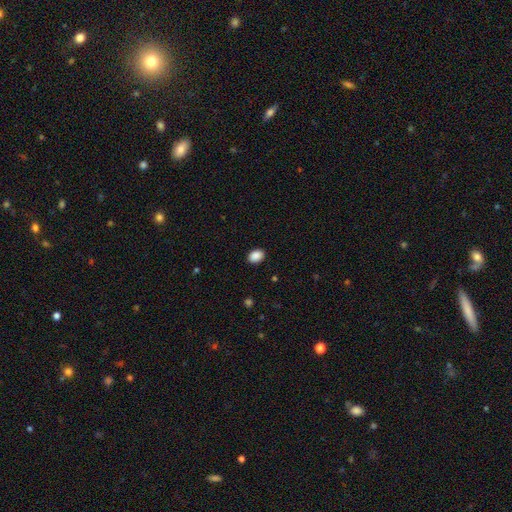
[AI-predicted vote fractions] Overall: smooth (89%). How rounded: in between (76%). Merging: none (89%).